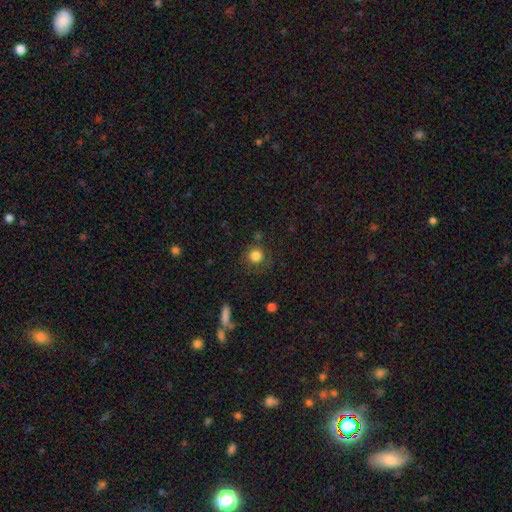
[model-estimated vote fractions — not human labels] Smooth or featured? Predicted: smooth (p=0.83). How rounded? Predicted: round (p=0.90). Merging? Predicted: none (p=0.76).